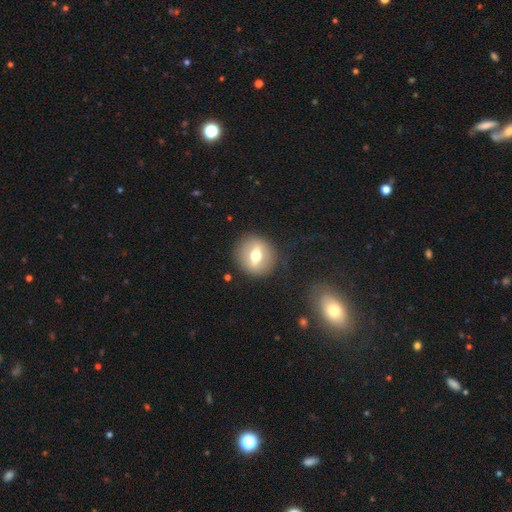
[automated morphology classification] type=featured or disk (49%); merging=none (86%).